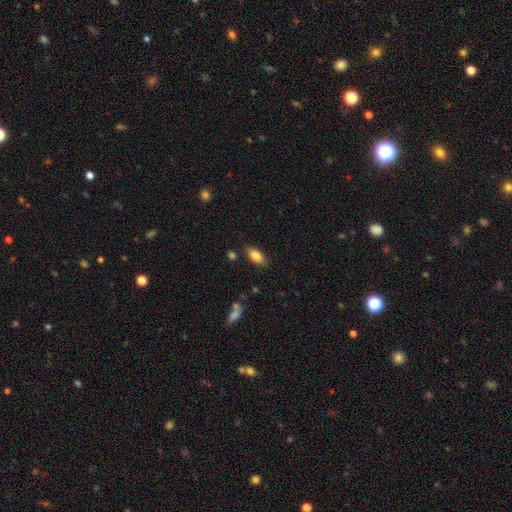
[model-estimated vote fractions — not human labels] Overall: smooth (82%). How rounded: in between (88%). Merging: none (83%).